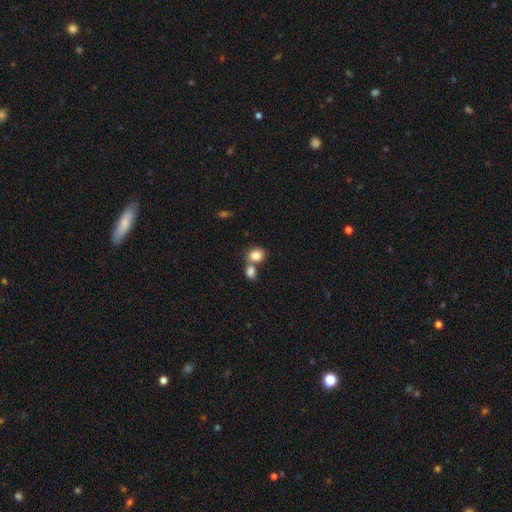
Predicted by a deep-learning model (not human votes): Smooth or featured? Predicted: smooth (p=0.83). How rounded? Predicted: round (p=0.56). Merging? Predicted: merger (p=0.48).